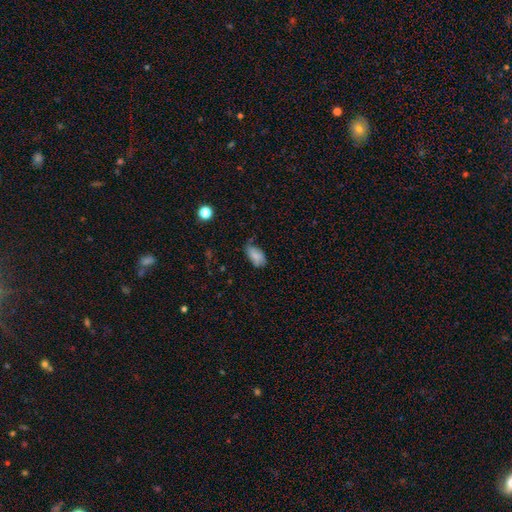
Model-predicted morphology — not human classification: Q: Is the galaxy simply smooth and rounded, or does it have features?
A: smooth — 81%.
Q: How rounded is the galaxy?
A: in between — 93%.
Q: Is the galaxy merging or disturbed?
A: none — 57%.